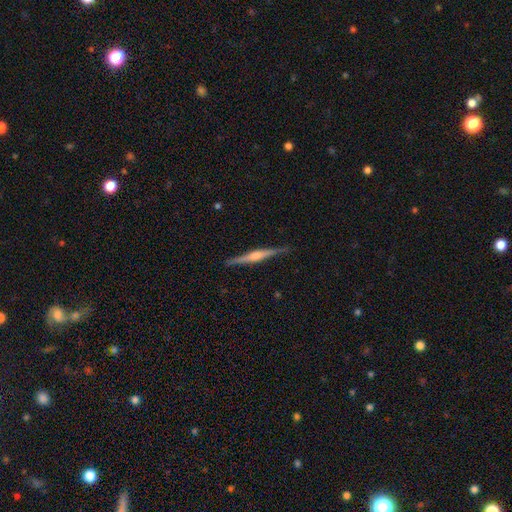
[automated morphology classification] featured or disk 76%, smooth 19%, star or artifact 5%. Down the decision tree: edge-on disk — yes (98%); edge-on bulge — rounded (71%); merging — none (89%).